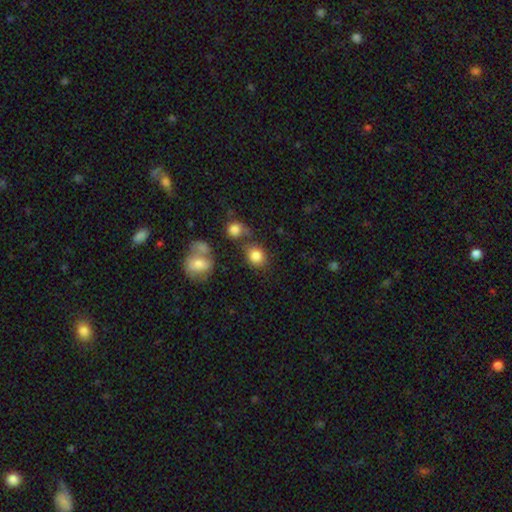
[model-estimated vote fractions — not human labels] Morphology: type=smooth (84%); roundness=round (62%); merging=none (60%).